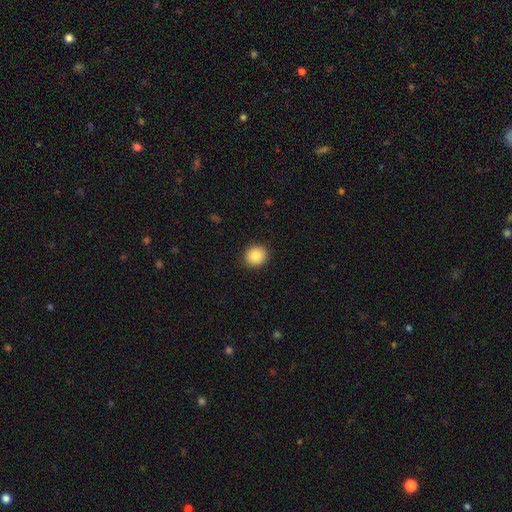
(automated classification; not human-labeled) smooth-or-featured: smooth: 86% | star or artifact: 9% | featured or disk: 6%
  how-rounded: round: 85% | in between: 14% | cigar-shaped: 1%
  merging: none: 91% | minor disturbance: 6% | major disturbance: 2% | merger: 1%